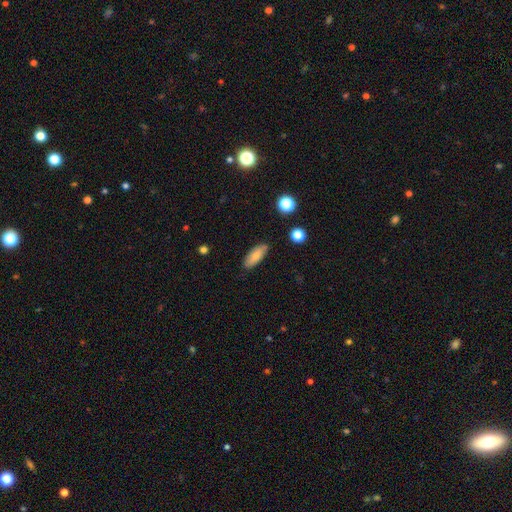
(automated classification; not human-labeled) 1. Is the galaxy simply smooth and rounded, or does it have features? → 73% smooth, 19% featured or disk, 7% star or artifact.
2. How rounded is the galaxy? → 77% in between, 20% cigar-shaped, 3% round.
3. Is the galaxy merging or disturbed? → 83% none, 13% minor disturbance, 2% major disturbance, 2% merger.